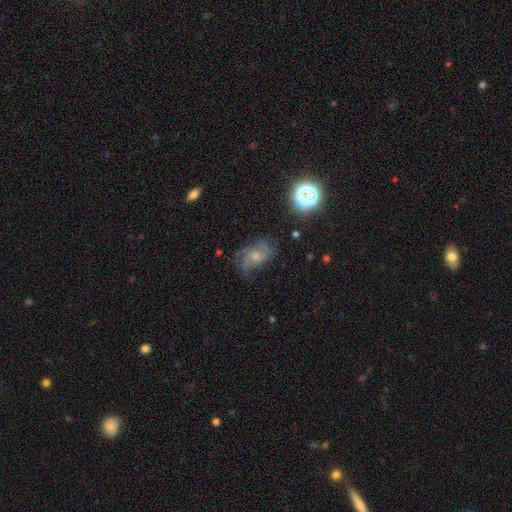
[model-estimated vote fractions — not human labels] Smooth or featured?
  - featured or disk: 72% *
  - smooth: 16%
  - star or artifact: 12%
Edge-on disk?
  - no: 97% *
  - yes: 3%
Bar?
  - no: 68% *
  - weak: 28%
  - strong: 4%
Spiral arms?
  - yes: 93% *
  - no: 7%
Spiral winding?
  - medium: 48% *
  - tight: 27%
  - loose: 25%
Spiral arm count?
  - 2: 33% *
  - 3: 29%
  - can't tell: 21%
  - 4: 7%
  - 1: 5%
  - more than 4: 5%
Bulge size?
  - small: 47% *
  - moderate: 42%
  - none: 7%
  - large: 3%
  - dominant: 1%
Merging?
  - none: 64% *
  - minor disturbance: 22%
  - major disturbance: 12%
  - merger: 2%